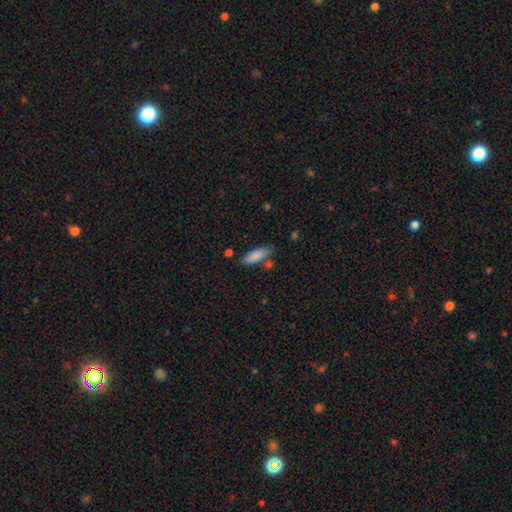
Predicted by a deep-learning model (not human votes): Smooth or featured: smooth — 85% (featured or disk — 9%)
How rounded: in between — 57% (cigar-shaped — 42%)
Merging: none — 73% (minor disturbance — 16%)